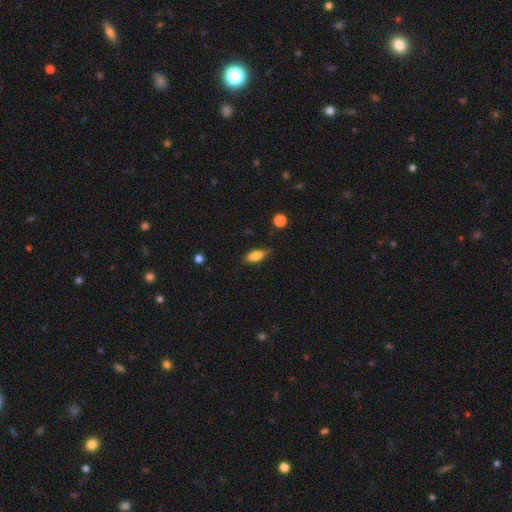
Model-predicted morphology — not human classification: Smooth or featured: smooth — 79% (featured or disk — 13%)
How rounded: in between — 78% (cigar-shaped — 19%)
Merging: none — 79% (minor disturbance — 16%)